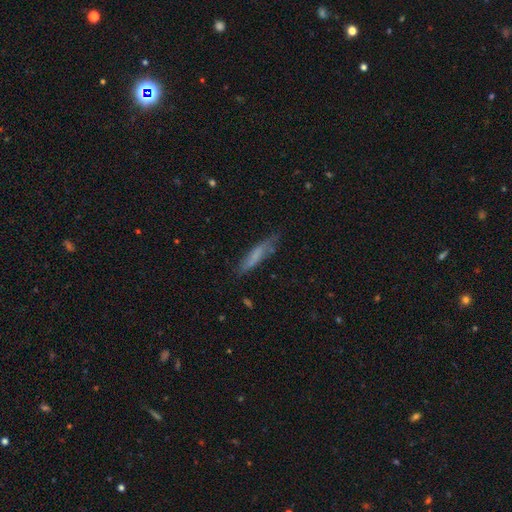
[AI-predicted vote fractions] This appears to be a smooth galaxy with no disk features (63%) that is cigar-shaped (85%). Merging: none (68%).